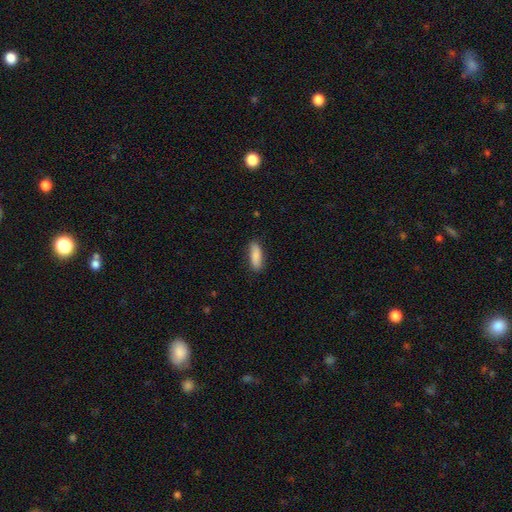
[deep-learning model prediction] A smooth galaxy with no disk features (85%) that is in between round and cigar-shaped (57%). Merging: none (84%).